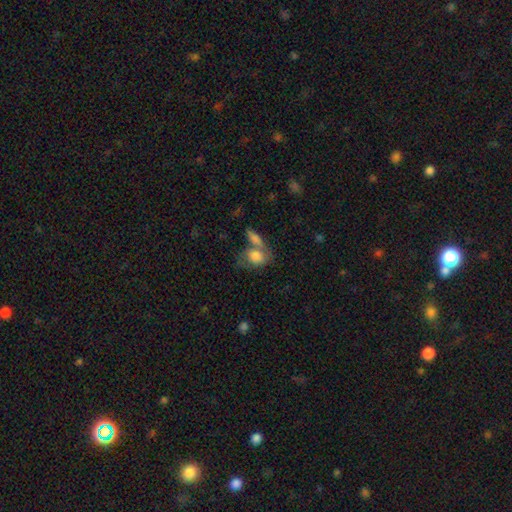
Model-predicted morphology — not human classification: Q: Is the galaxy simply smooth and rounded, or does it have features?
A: smooth — 74%.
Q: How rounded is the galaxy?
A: in between — 74%.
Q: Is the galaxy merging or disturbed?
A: merger — 50%.